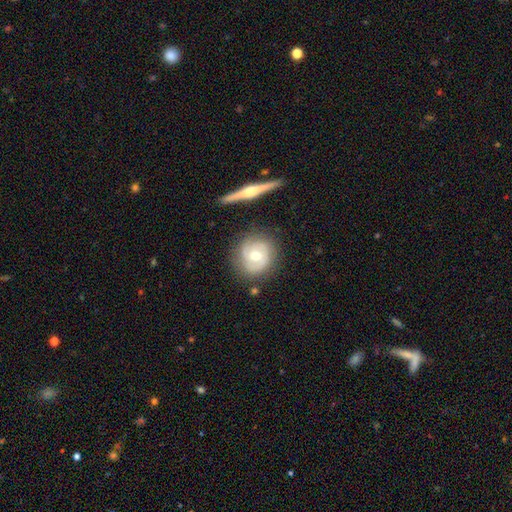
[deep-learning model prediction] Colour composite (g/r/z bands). It shows a featured or disk galaxy (66%) with no bar (62%), 2 (61%) tight (49%) spiral arms (87%) and a moderate central bulge (67%). Merging: none (75%).